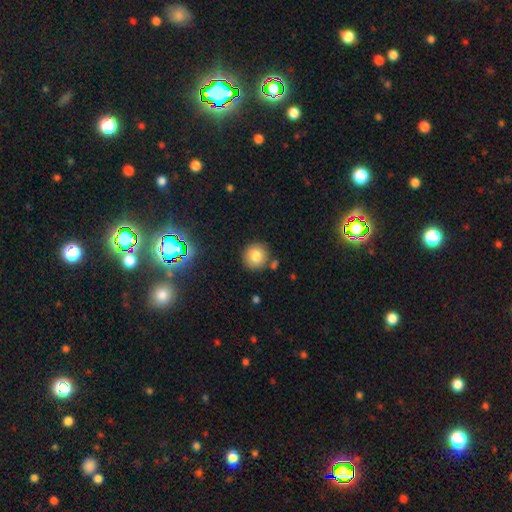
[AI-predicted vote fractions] Smooth or featured: smooth — 80% (star or artifact — 12%)
How rounded: round — 91% (in between — 8%)
Merging: none — 83% (minor disturbance — 9%)